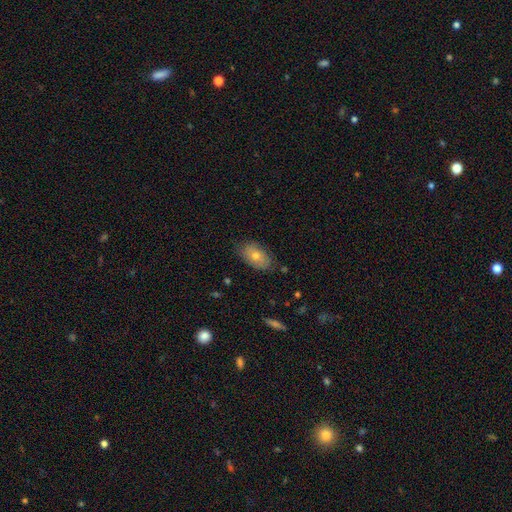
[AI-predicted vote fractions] smooth-or-featured: smooth: 63% | featured or disk: 27% | star or artifact: 10%
  how-rounded: in between: 90% | round: 8% | cigar-shaped: 2%
  merging: none: 79% | minor disturbance: 16% | major disturbance: 3% | merger: 1%